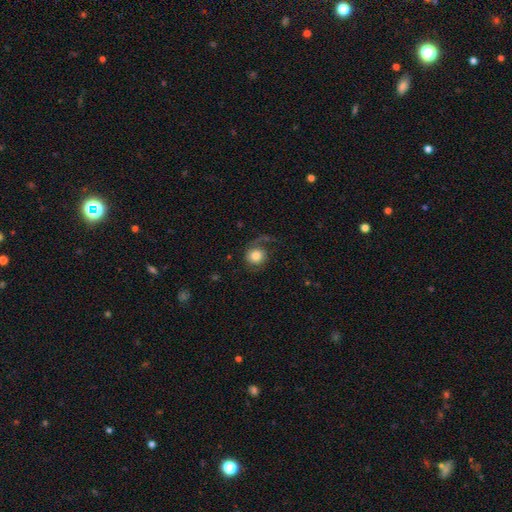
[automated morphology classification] Smooth or featured? smooth (61%)
How rounded? round (83%)
Merging? none (52%)